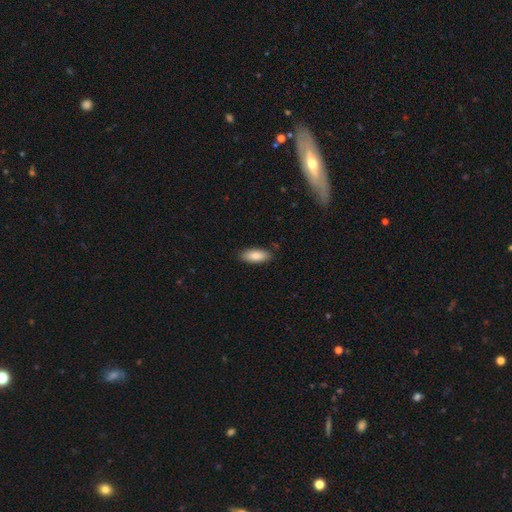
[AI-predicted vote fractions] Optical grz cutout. It shows a smooth galaxy with no disk features (86%) that is in between round and cigar-shaped (76%). Merging: none (87%).